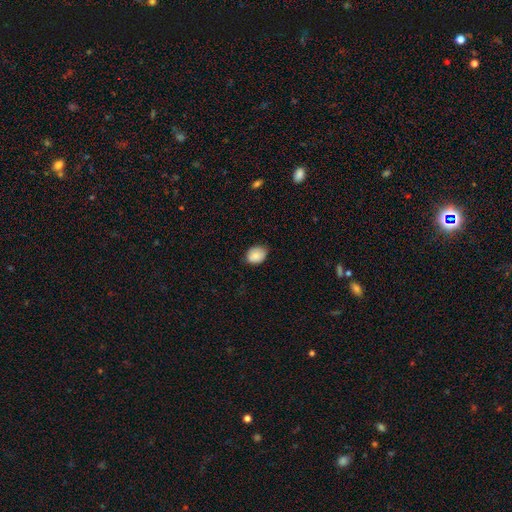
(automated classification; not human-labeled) Smooth or featured? Predicted: smooth (p=0.87). How rounded? Predicted: in between (p=0.58). Merging? Predicted: none (p=0.72).